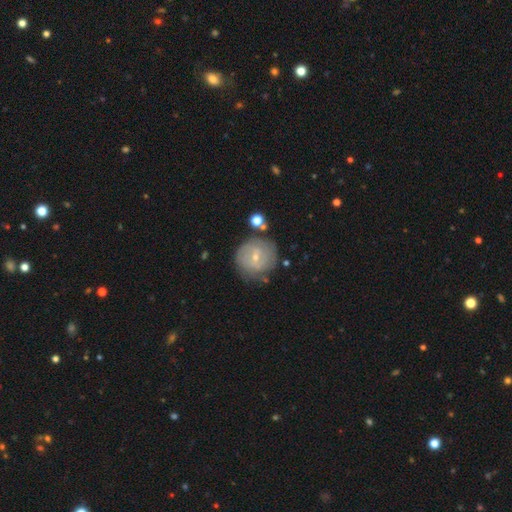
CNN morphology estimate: A featured or disk galaxy (62%) with a weak bar (55%), spiral arms (76%) and a small central bulge (70%). Merging: none (72%).